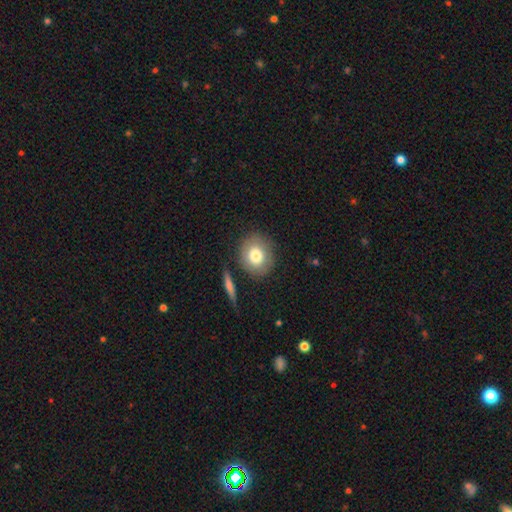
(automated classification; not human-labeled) smooth 77%, featured or disk 15%, star or artifact 8%. Down the decision tree: how rounded — round (76%); merging — none (81%).